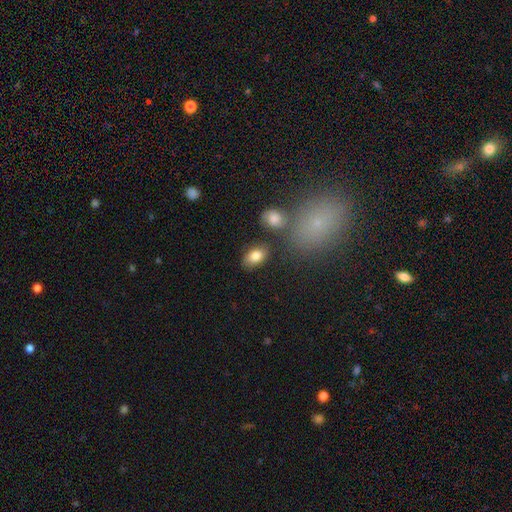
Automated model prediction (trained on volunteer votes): The model was most divided on "merging": none: 78%, minor disturbance: 12%, merger: 6%, major disturbance: 4%. More confident: how rounded — in between (86%); smooth or featured — smooth (81%).